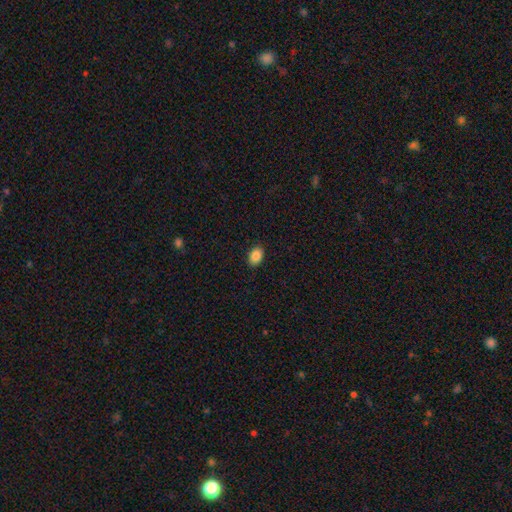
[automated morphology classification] The model was most divided on "how rounded": in between: 83%, round: 16%, cigar-shaped: 1%. More confident: merging — none (89%); smooth or featured — smooth (88%).